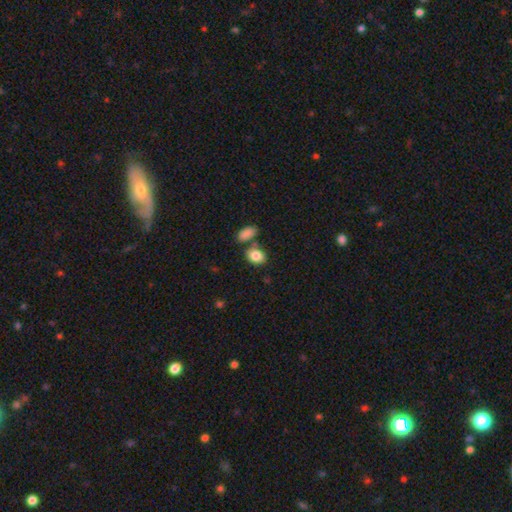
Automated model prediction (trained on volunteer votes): Smooth or featured?
  - smooth: 85% *
  - star or artifact: 8%
  - featured or disk: 7%
How rounded?
  - in between: 75% *
  - round: 24%
  - cigar-shaped: 1%
Merging?
  - none: 63% *
  - merger: 21%
  - minor disturbance: 13%
  - major disturbance: 4%